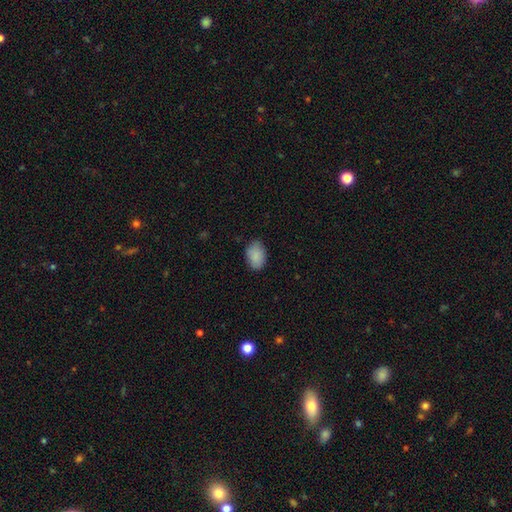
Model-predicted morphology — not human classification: smooth 89%, star or artifact 7%, featured or disk 4%. Down the decision tree: how rounded — in between (85%); merging — none (80%).